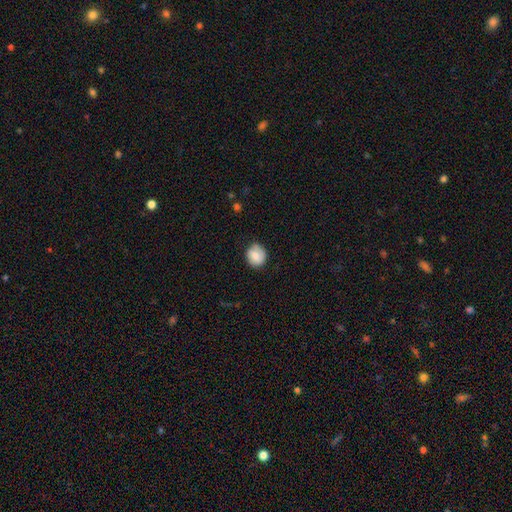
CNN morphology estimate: smooth 71%, featured or disk 21%, star or artifact 7%. Down the decision tree: how rounded — round (82%); merging — none (72%).